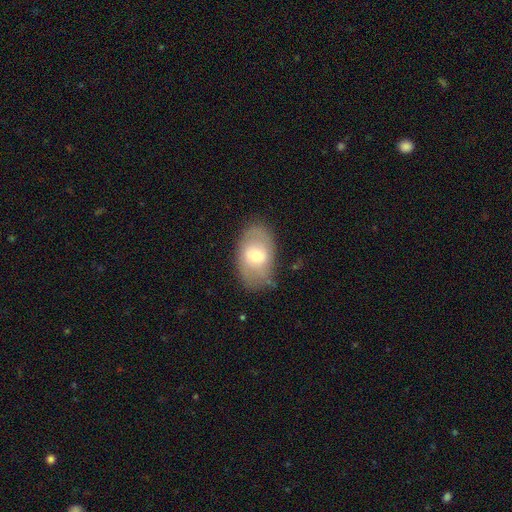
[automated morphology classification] smooth 54%, featured or disk 39%, star or artifact 7%. Down the decision tree: how rounded — in between (87%); merging — none (76%).